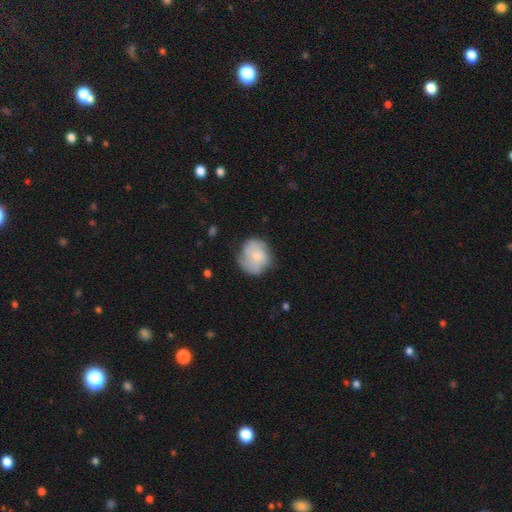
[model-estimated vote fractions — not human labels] smooth-or-featured: smooth: 59% | featured or disk: 34% | star or artifact: 7%
  how-rounded: round: 82% | in between: 17% | cigar-shaped: 1%
  merging: none: 60% | minor disturbance: 28% | major disturbance: 10% | merger: 3%